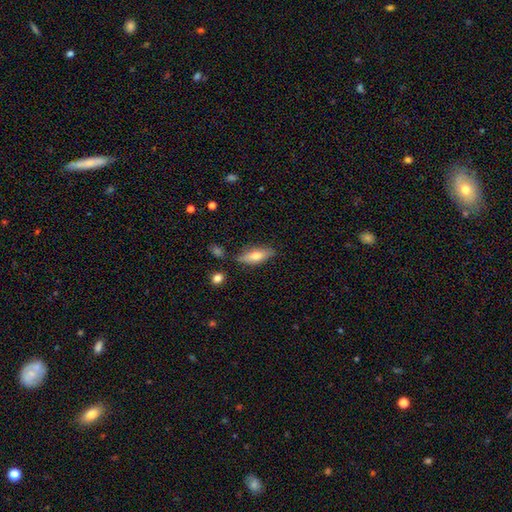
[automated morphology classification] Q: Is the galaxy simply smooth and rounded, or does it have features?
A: smooth — 64%.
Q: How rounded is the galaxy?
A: in between — 59%.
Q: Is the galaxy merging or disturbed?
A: none — 81%.